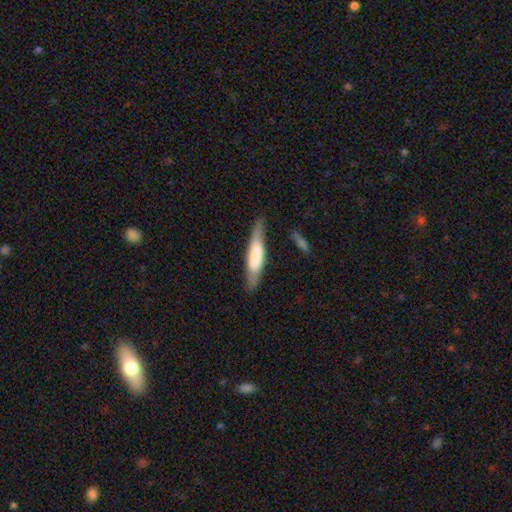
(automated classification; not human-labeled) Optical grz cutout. It shows a smooth galaxy with no disk features (58%) that is cigar-shaped (81%). Merging: none (79%).